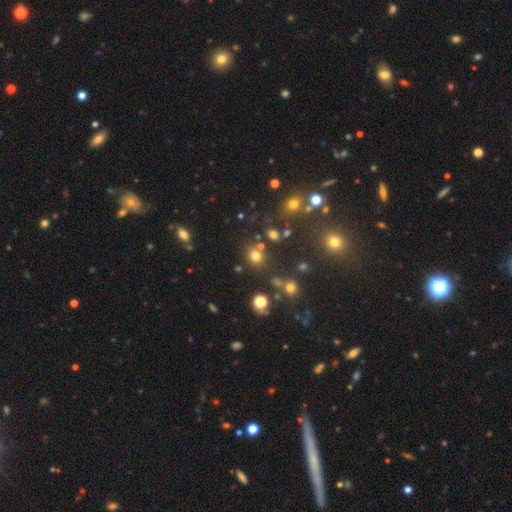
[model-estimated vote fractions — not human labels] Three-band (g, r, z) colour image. It shows a smooth galaxy with no disk features (70%) that is round (78%). Merging: none (74%).